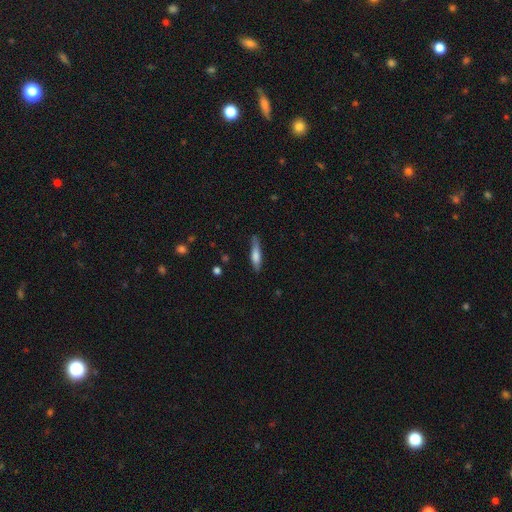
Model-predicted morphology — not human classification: Smooth or featured? Predicted: smooth (p=0.65). How rounded? Predicted: cigar-shaped (p=0.79). Merging? Predicted: none (p=0.76).